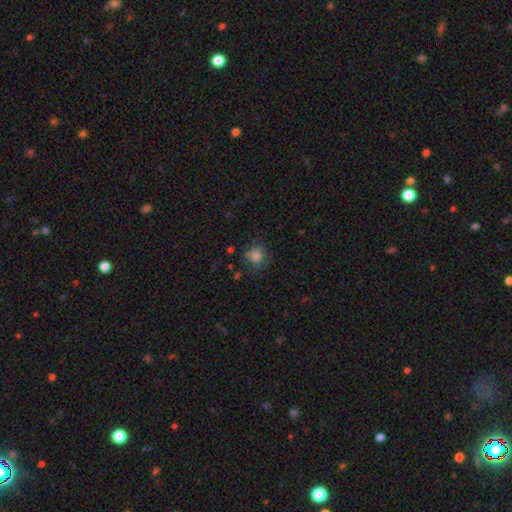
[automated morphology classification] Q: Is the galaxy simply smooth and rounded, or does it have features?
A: smooth — 77%.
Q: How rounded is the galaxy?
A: round — 75%.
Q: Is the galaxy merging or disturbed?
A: none — 66%.